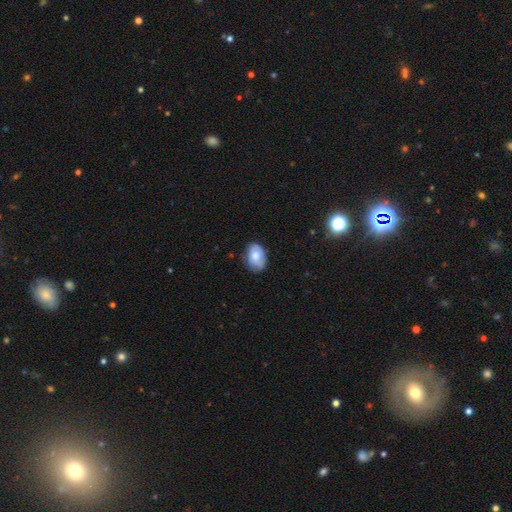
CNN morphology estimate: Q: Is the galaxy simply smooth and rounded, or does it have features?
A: smooth — 68%.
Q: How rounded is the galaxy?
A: in between — 82%.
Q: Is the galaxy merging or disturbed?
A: none — 70%.